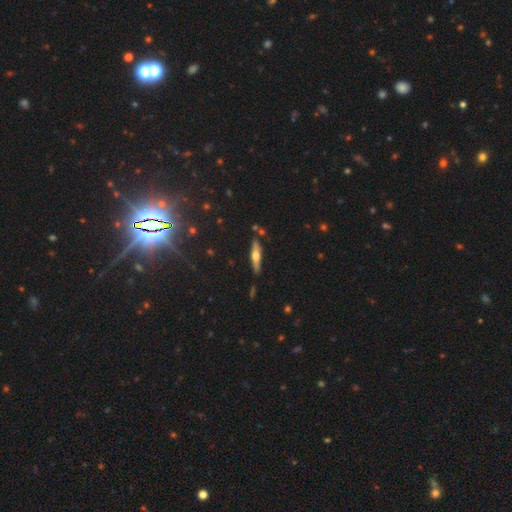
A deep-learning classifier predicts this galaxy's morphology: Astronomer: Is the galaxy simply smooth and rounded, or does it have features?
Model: featured or disk — 62%.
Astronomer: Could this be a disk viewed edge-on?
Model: yes — 95%.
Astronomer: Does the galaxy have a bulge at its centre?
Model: rounded — 93%.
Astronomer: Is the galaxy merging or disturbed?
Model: none — 85%.